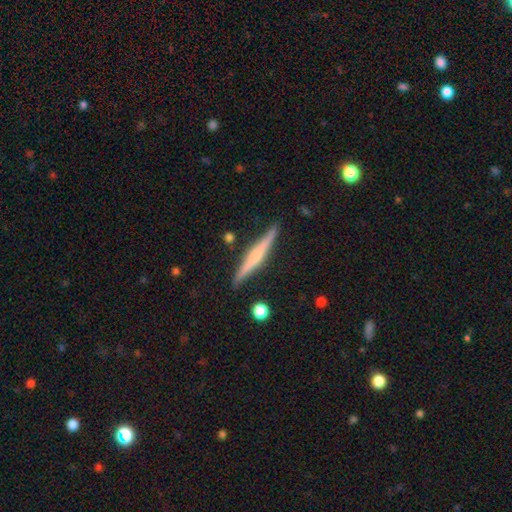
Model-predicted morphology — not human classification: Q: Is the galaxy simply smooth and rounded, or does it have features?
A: featured or disk — 63%.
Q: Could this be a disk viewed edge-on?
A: yes — 98%.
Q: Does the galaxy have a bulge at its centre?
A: rounded — 55%.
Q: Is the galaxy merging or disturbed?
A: none — 88%.